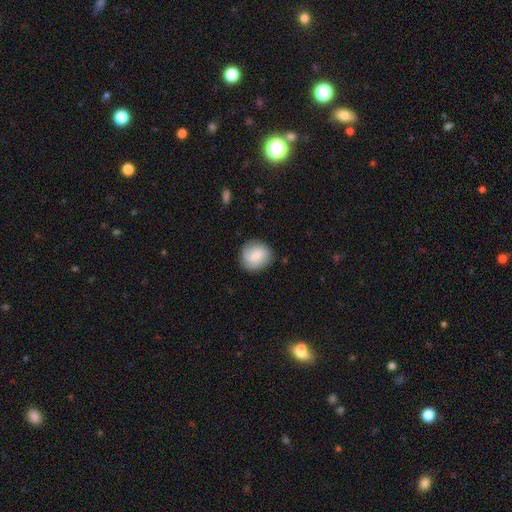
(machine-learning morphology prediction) smooth_or_featured: smooth (p=0.59) [alt: featured or disk p=0.34]
how_rounded: round (p=0.80) [alt: in between p=0.18]
merging: none (p=0.79) [alt: minor disturbance p=0.15]